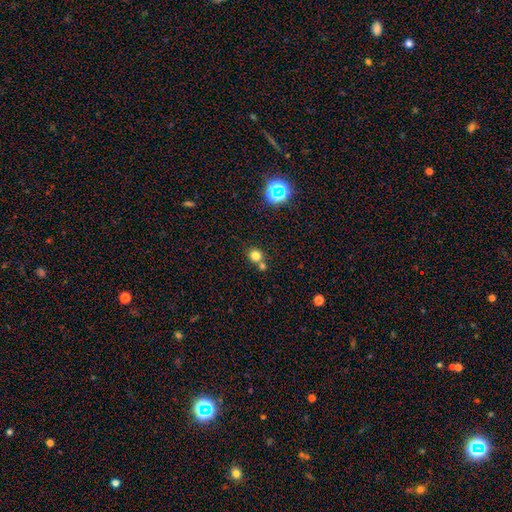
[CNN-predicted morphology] Smooth or featured? Predicted: smooth (p=0.77). How rounded? Predicted: round (p=0.85). Merging? Predicted: none (p=0.58).